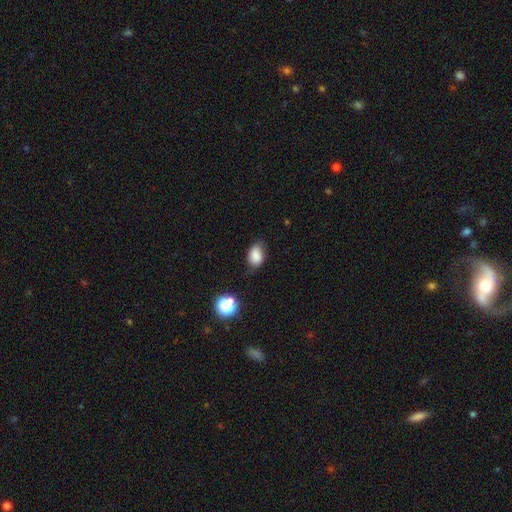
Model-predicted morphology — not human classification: The model was most divided on "merging": none: 67%, minor disturbance: 26%, major disturbance: 5%, merger: 2%. More confident: smooth or featured — smooth (83%); how rounded — in between (81%).